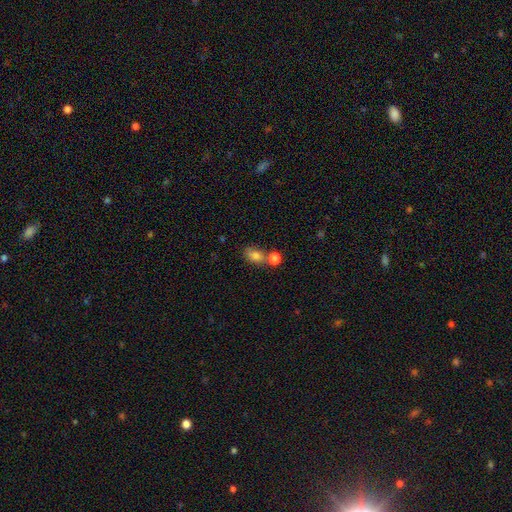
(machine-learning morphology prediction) This is likely a smooth galaxy (77%). How rounded: likely in between (69%). Merging: marginally none (43%).